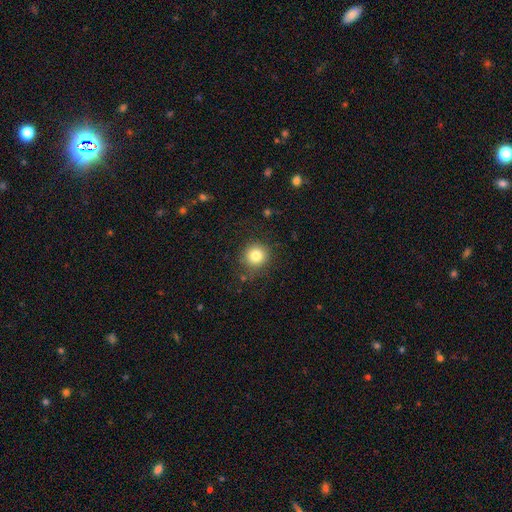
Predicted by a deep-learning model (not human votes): smooth-or-featured: smooth: 82% | star or artifact: 11% | featured or disk: 7%
  how-rounded: round: 93% | in between: 6% | cigar-shaped: 1%
  merging: none: 84% | minor disturbance: 11% | major disturbance: 4% | merger: 2%